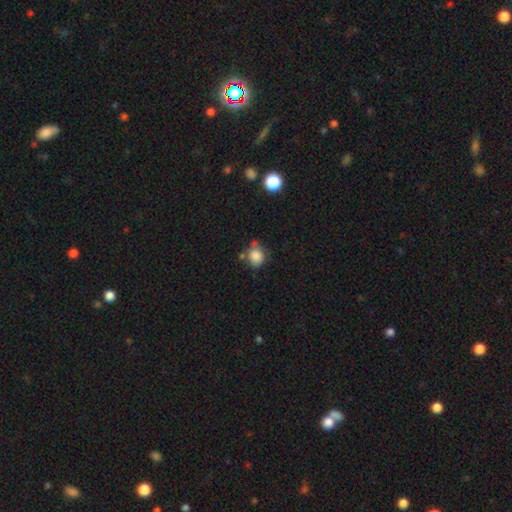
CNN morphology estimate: Smooth or featured? Predicted: smooth (p=0.84). How rounded? Predicted: round (p=0.60). Merging? Predicted: none (p=0.56).